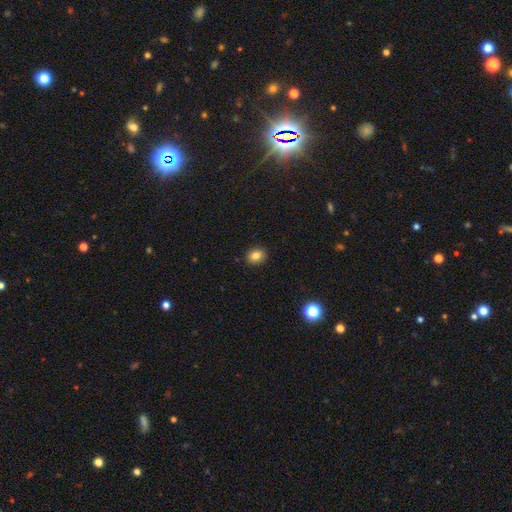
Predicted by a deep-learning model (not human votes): Smooth or featured? Predicted: smooth (p=0.83). How rounded? Predicted: round (p=0.56). Merging? Predicted: none (p=0.90).